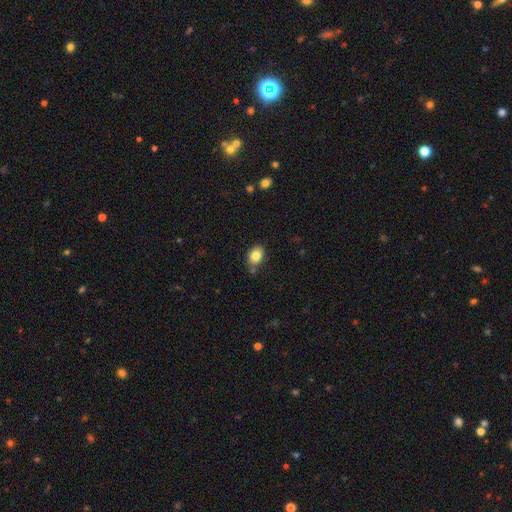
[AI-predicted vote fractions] A smooth galaxy with no disk features (83%) that is in between round and cigar-shaped (69%). Merging: none (77%).